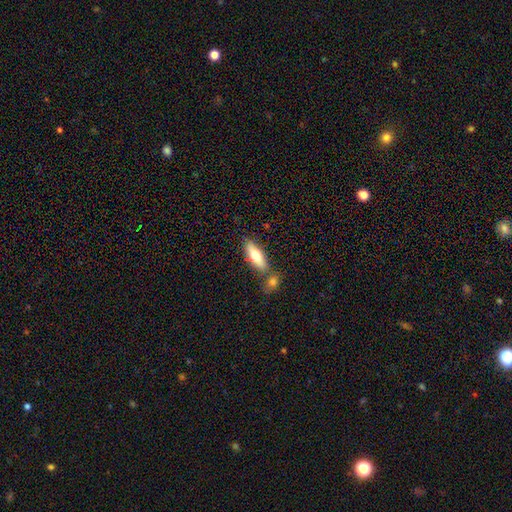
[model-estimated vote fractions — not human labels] This appears to be a smooth galaxy with no disk features (68%) that is in between round and cigar-shaped (61%). Merging: none (64%).